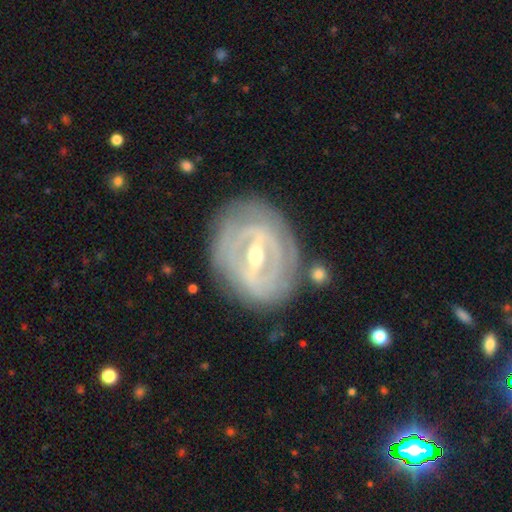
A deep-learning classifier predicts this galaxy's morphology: smooth_or_featured: featured or disk (p=0.87) [alt: smooth p=0.08]
disk_edge_on: no (p=0.93) [alt: yes p=0.07]
bar: strong (p=0.69) [alt: weak p=0.24]
has_spiral_arms: yes (p=0.76) [alt: no p=0.24]
spiral_winding: tight (p=0.77) [alt: medium p=0.17]
spiral_arm_count: can't tell (p=0.40) [alt: 2 p=0.33]
bulge_size: moderate (p=0.59) [alt: small p=0.37]
merging: none (p=0.80) [alt: minor disturbance p=0.14]